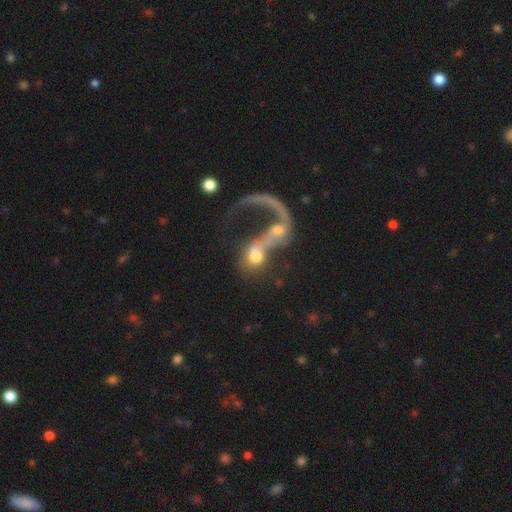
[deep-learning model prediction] Overall: smooth (45%; featured or disk 44%). Merging: merger (66%).